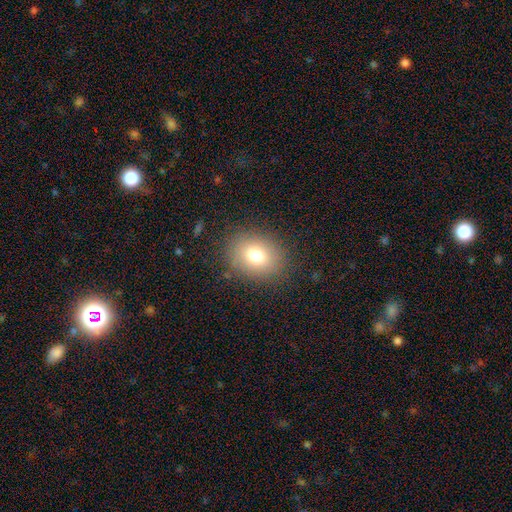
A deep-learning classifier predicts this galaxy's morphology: A smooth galaxy with no disk features (76%) that is round (51%).

Vote fractions:
- Smooth or featured? smooth: 76% / star or artifact: 12% / featured or disk: 12%
- How rounded? round: 51% / in between: 48% / cigar-shaped: 1%
- Merging? none: 85% / minor disturbance: 10% / major disturbance: 4% / merger: 1%